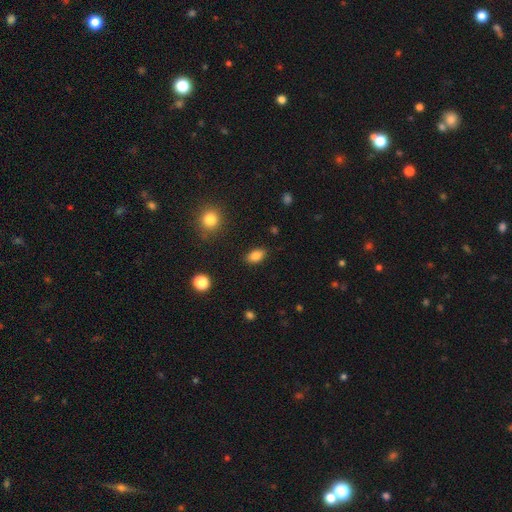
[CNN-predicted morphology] This is clearly a smooth galaxy (85%). How rounded: clearly in between (89%). Merging: clearly none (87%).